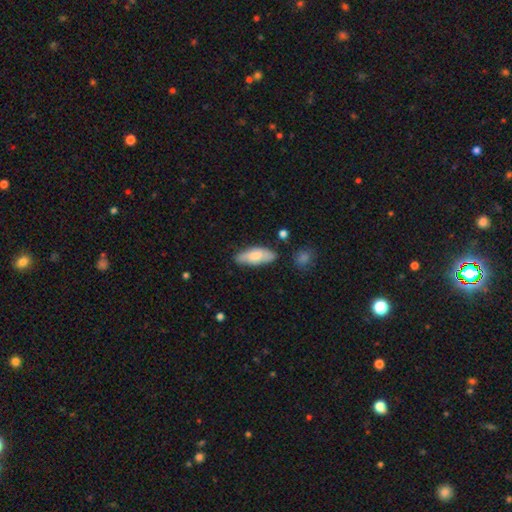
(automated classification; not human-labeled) Smooth or featured: smooth — 73% (featured or disk — 21%)
How rounded: in between — 78% (cigar-shaped — 20%)
Merging: none — 71% (minor disturbance — 21%)